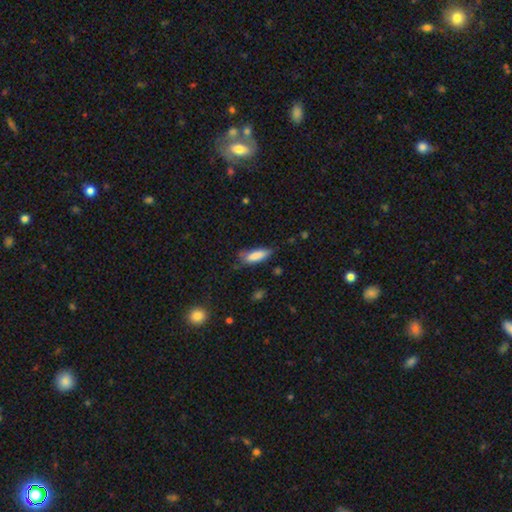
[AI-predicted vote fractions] smooth-or-featured: smooth: 83% | featured or disk: 10% | star or artifact: 7%
  how-rounded: in between: 55% | cigar-shaped: 43% | round: 2%
  merging: none: 61% | minor disturbance: 29% | major disturbance: 7% | merger: 3%